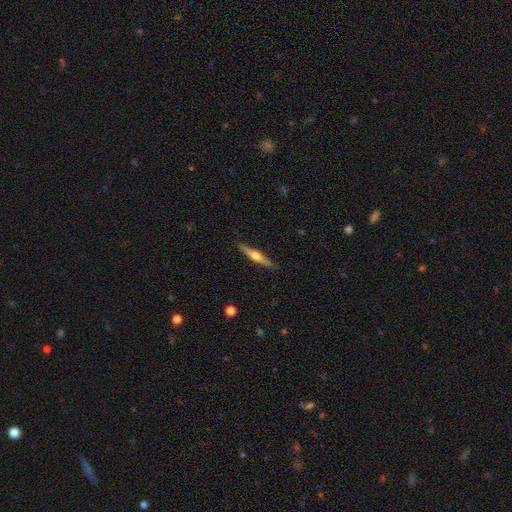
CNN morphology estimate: A featured or disk galaxy (67%) viewed edge-on (97%) with a rounded central bulge (91%). Merging: none (90%).